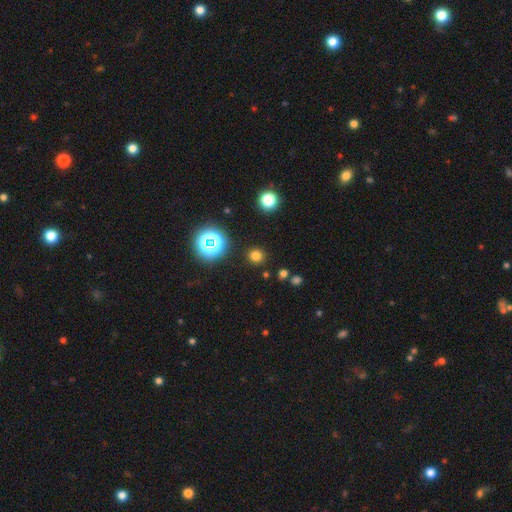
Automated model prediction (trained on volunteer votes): Smooth or featured: smooth — 72% (star or artifact — 23%)
How rounded: round — 92% (in between — 7%)
Merging: none — 90% (minor disturbance — 6%)